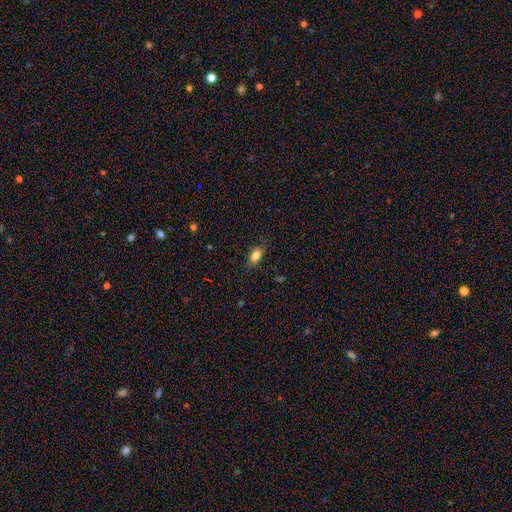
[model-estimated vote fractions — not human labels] Morphology: type=smooth (79%); roundness=in between (79%); merging=none (80%).